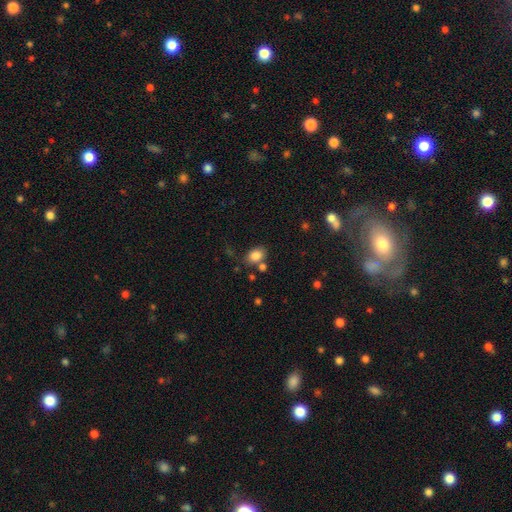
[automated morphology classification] A smooth galaxy with no disk features (84%) that is in between round and cigar-shaped (76%). Merging: none (65%).